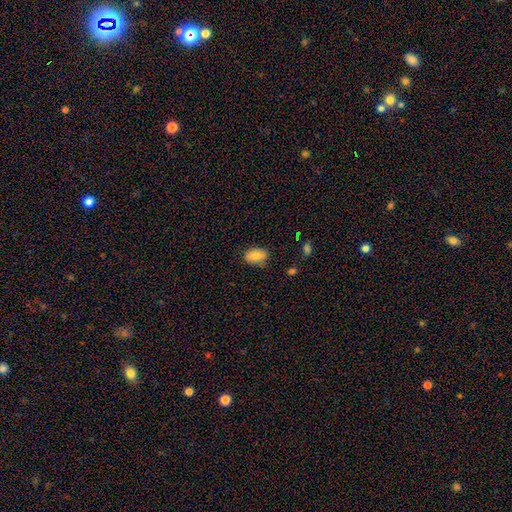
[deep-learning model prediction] Smooth or featured? Predicted: smooth (p=0.83). How rounded? Predicted: in between (p=0.88). Merging? Predicted: none (p=0.78).